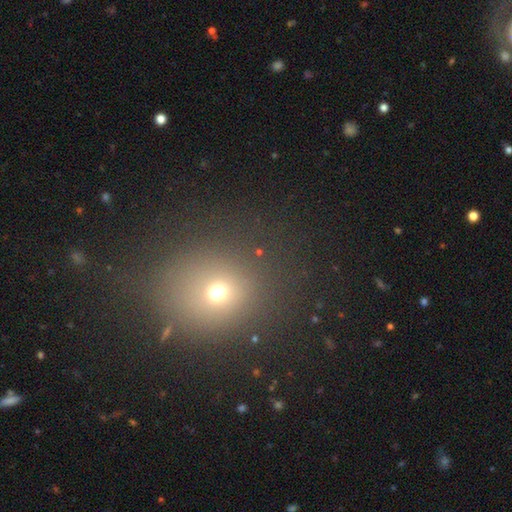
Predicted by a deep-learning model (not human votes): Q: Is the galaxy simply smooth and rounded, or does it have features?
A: smooth — 59%.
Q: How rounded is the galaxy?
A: round — 81%.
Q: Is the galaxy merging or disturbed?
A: none — 84%.